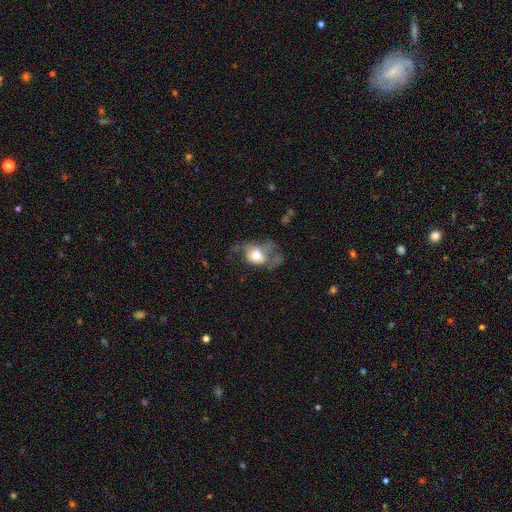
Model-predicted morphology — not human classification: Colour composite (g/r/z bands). It shows a smooth galaxy with no disk features (60%) that is in between round and cigar-shaped (63%). Merging: major disturbance (50%).